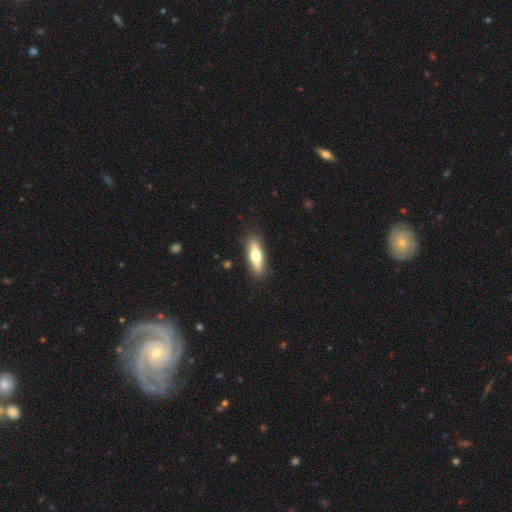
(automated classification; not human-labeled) Smooth or featured?
  - smooth: 51% *
  - featured or disk: 44%
  - star or artifact: 6%
How rounded?
  - cigar-shaped: 61% *
  - in between: 37%
  - round: 3%
Merging?
  - none: 89% *
  - minor disturbance: 8%
  - major disturbance: 2%
  - merger: 1%